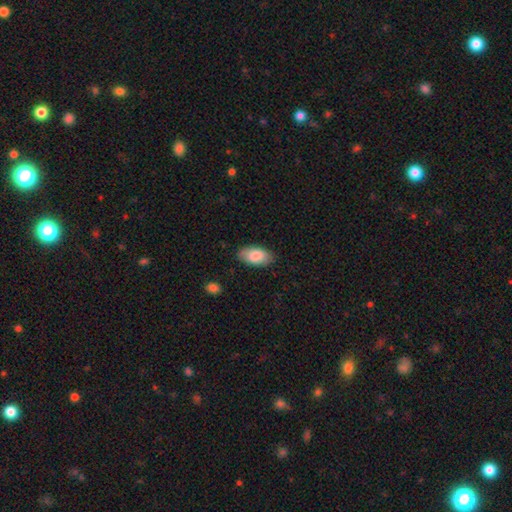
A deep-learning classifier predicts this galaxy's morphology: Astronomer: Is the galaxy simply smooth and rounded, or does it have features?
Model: smooth — 84%.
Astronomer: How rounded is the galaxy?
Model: in between — 94%.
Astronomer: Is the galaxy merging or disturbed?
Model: none — 84%.